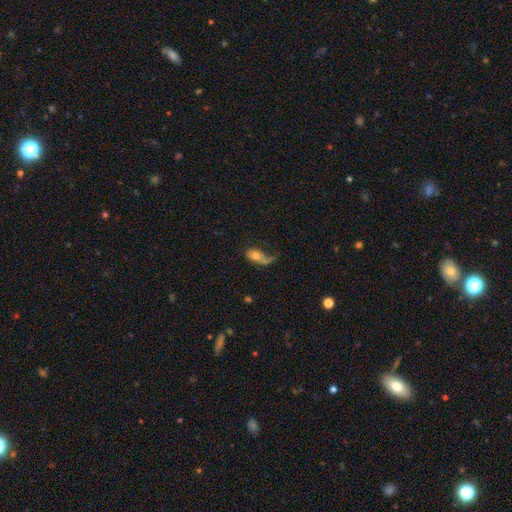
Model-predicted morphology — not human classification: The model was most divided on "merging": major disturbance: 50%, none: 22%, minor disturbance: 21%, merger: 7%. More confident: how rounded — in between (80%); smooth or featured — smooth (60%).